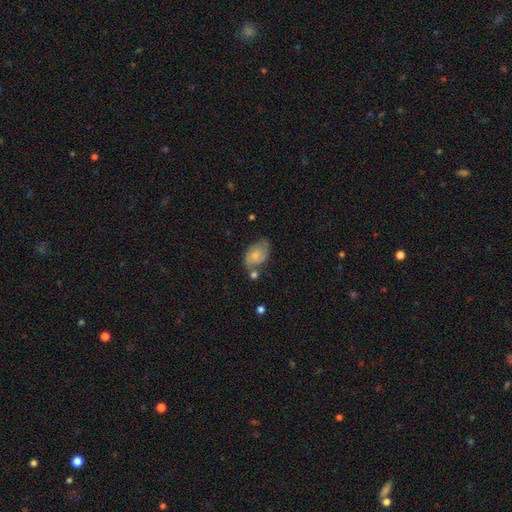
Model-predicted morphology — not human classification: Smooth or featured? smooth (61%)
How rounded? in between (86%)
Merging? none (49%)